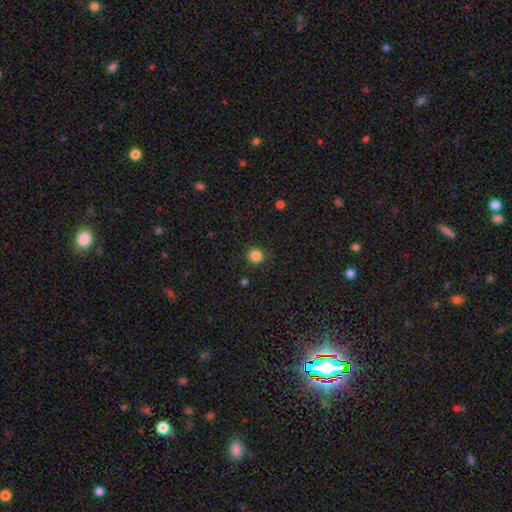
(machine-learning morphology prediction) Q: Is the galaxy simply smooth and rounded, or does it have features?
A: smooth — 84%.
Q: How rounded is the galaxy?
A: round — 94%.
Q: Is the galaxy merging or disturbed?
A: none — 90%.